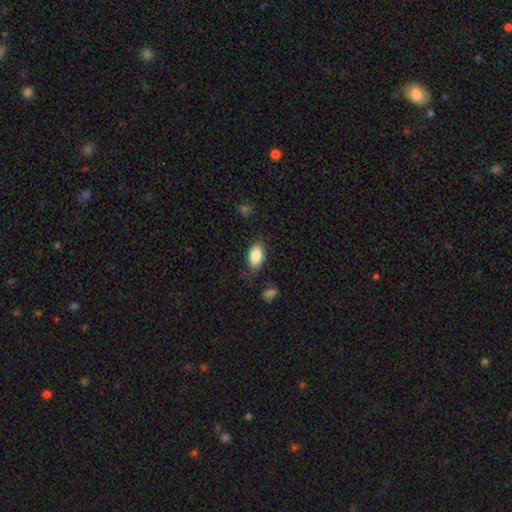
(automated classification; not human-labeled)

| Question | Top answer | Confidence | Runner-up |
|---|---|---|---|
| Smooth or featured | smooth | 86% | featured or disk (8%) |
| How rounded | in between | 93% | round (4%) |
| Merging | none | 78% | minor disturbance (16%) |